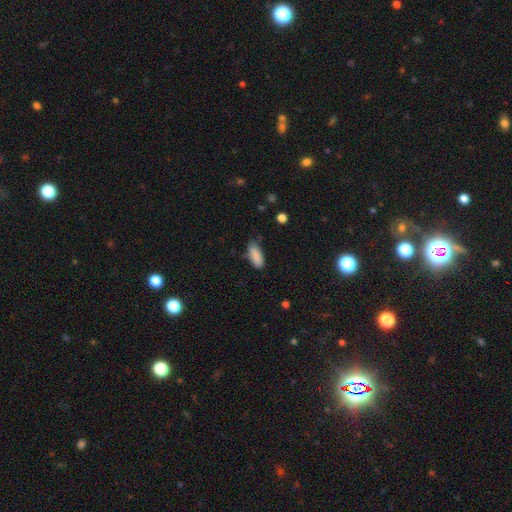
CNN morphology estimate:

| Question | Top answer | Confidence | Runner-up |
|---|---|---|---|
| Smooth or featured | smooth | 88% | star or artifact (7%) |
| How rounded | in between | 81% | cigar-shaped (17%) |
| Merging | none | 71% | minor disturbance (23%) |